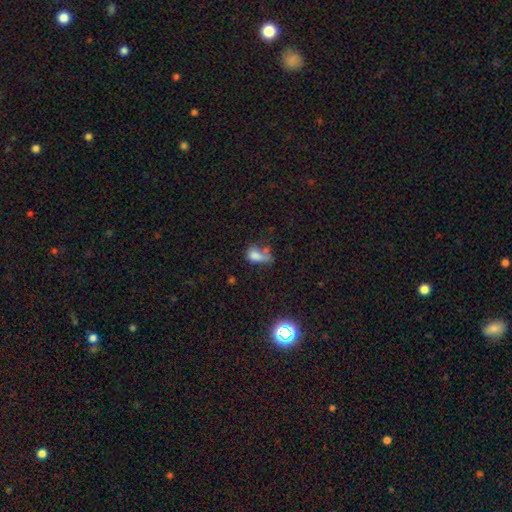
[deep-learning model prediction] This is likely a smooth galaxy (70%). How rounded: likely in between (78%). Merging: marginally major disturbance (31%).